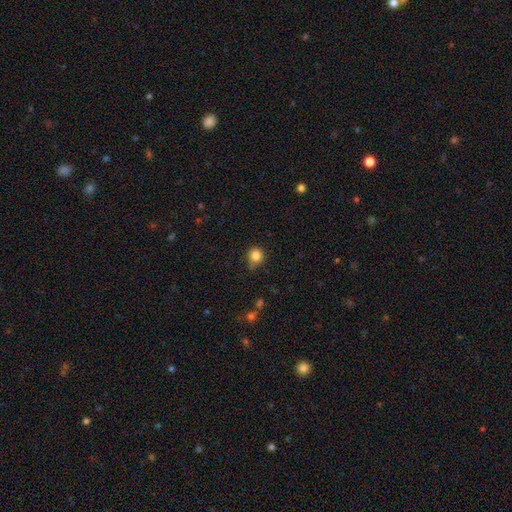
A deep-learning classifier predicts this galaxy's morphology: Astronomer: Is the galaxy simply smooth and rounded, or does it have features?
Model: smooth — 84%.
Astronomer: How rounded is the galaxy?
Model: round — 85%.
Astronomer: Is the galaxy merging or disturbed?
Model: none — 69%.